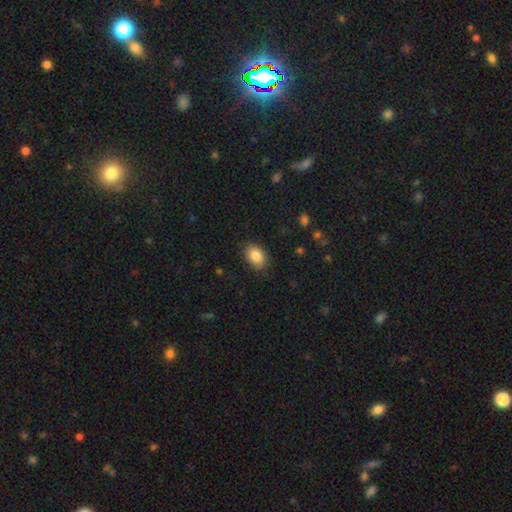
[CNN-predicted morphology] A smooth galaxy with no disk features (86%) that is in between round and cigar-shaped (84%).

Vote fractions:
- Smooth or featured? smooth: 86% / star or artifact: 7% / featured or disk: 6%
- How rounded? in between: 84% / round: 15% / cigar-shaped: 1%
- Merging? none: 84% / minor disturbance: 12% / major disturbance: 3% / merger: 1%